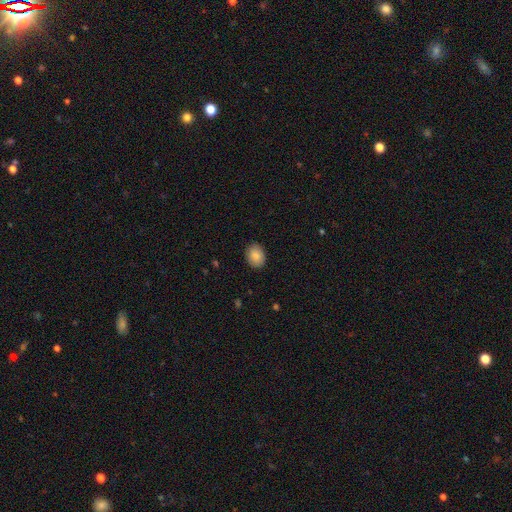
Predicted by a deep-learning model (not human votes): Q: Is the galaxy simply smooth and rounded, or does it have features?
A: smooth — 87%.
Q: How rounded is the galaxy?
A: in between — 63%.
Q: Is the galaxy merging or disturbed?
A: none — 88%.